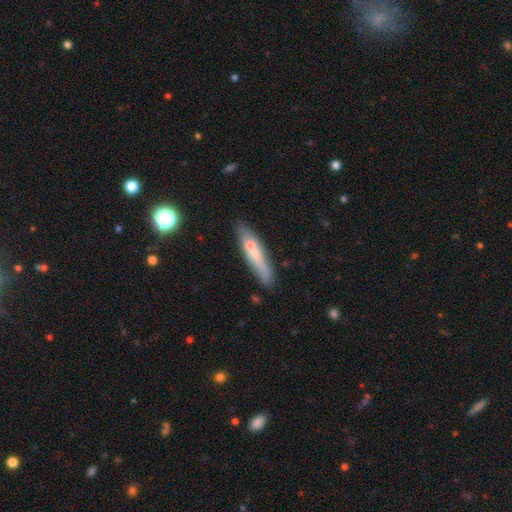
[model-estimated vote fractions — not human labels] This is possibly a smooth galaxy (58%). How rounded: clearly cigar-shaped (84%). Merging: likely none (69%).